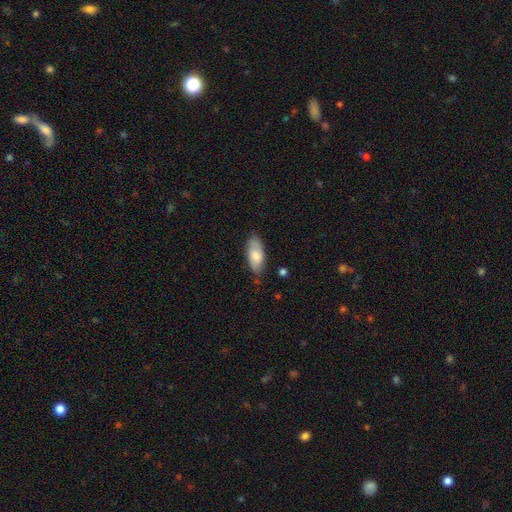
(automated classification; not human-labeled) Smooth or featured?
  - smooth: 76% *
  - featured or disk: 19%
  - star or artifact: 6%
How rounded?
  - in between: 87% *
  - cigar-shaped: 11%
  - round: 2%
Merging?
  - none: 74% *
  - minor disturbance: 21%
  - major disturbance: 3%
  - merger: 2%